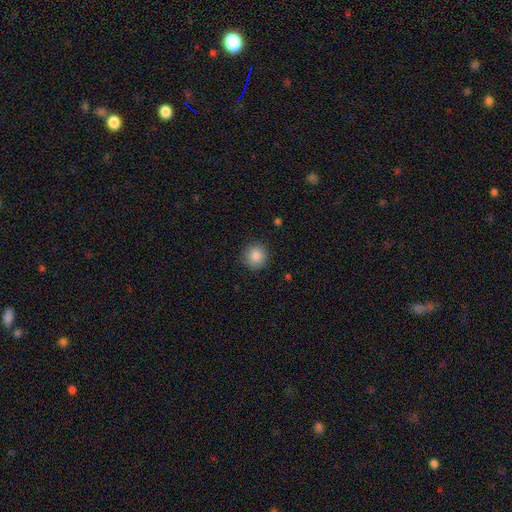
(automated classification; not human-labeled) Overall: smooth (85%). How rounded: round (94%). Merging: none (89%).